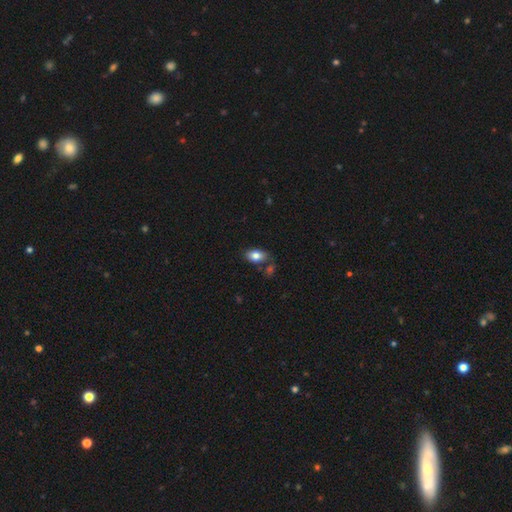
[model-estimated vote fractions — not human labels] This is clearly a smooth galaxy (83%). How rounded: clearly in between (90%). Merging: likely none (74%).